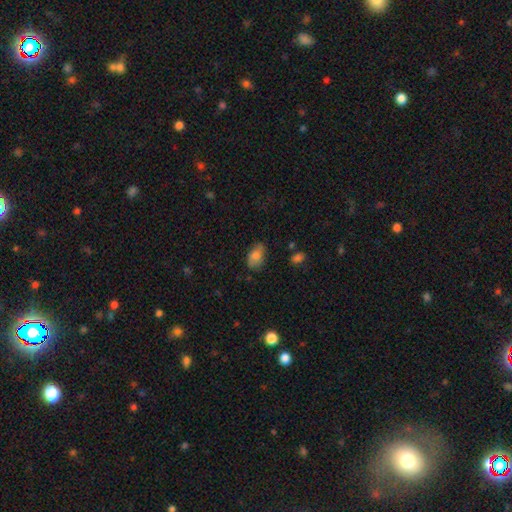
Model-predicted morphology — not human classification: smooth-or-featured: smooth: 75% | featured or disk: 17% | star or artifact: 8%
  how-rounded: in between: 89% | round: 9% | cigar-shaped: 2%
  merging: none: 67% | minor disturbance: 25% | major disturbance: 6% | merger: 2%